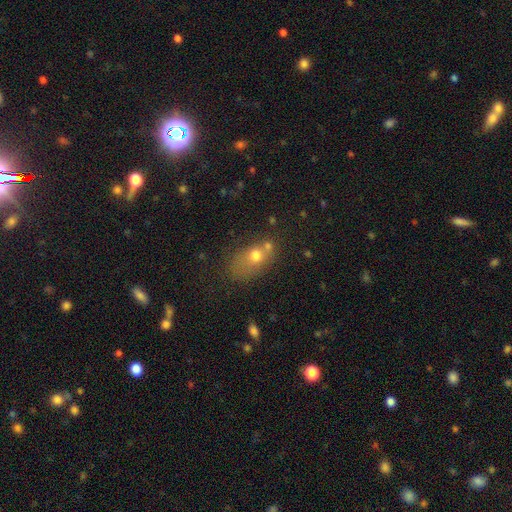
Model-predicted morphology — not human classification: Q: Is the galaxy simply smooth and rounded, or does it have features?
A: smooth — 69%.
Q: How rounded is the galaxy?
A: in between — 71%.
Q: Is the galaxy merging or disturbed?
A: none — 34%.